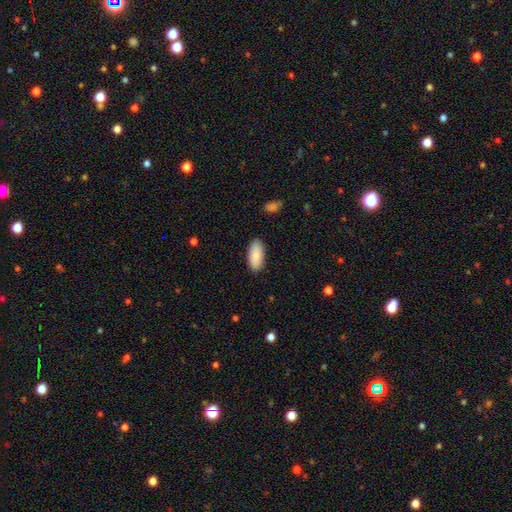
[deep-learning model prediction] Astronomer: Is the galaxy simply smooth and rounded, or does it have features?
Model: smooth — 82%.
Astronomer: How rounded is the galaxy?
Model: in between — 93%.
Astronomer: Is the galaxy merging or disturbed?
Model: none — 83%.